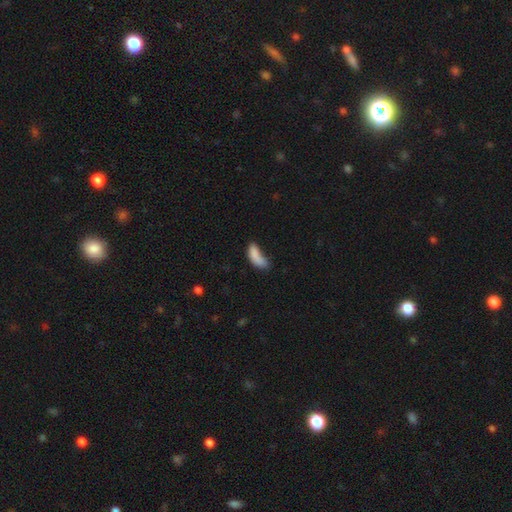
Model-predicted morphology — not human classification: Smooth or featured? smooth (81%)
How rounded? in between (69%)
Merging? none (35%)